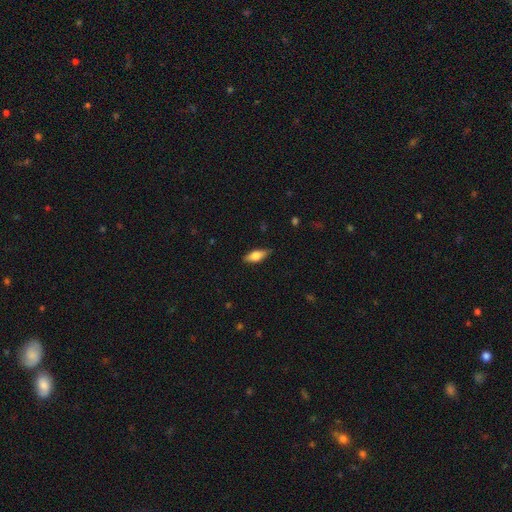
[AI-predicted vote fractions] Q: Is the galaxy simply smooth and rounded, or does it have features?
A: smooth — 61%.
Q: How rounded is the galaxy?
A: in between — 71%.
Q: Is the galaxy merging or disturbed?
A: none — 82%.